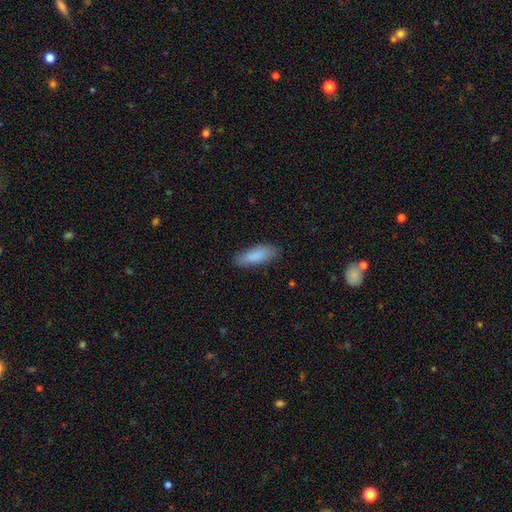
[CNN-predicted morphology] Smooth or featured? smooth (87%)
How rounded? in between (59%)
Merging? none (83%)